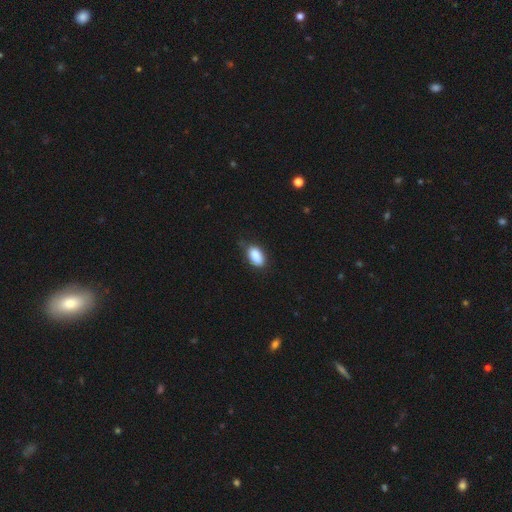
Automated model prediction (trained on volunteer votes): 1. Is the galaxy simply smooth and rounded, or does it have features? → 88% smooth, 7% star or artifact, 4% featured or disk.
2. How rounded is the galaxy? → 93% in between, 4% round, 3% cigar-shaped.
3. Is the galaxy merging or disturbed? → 71% none, 24% minor disturbance, 4% major disturbance, 1% merger.